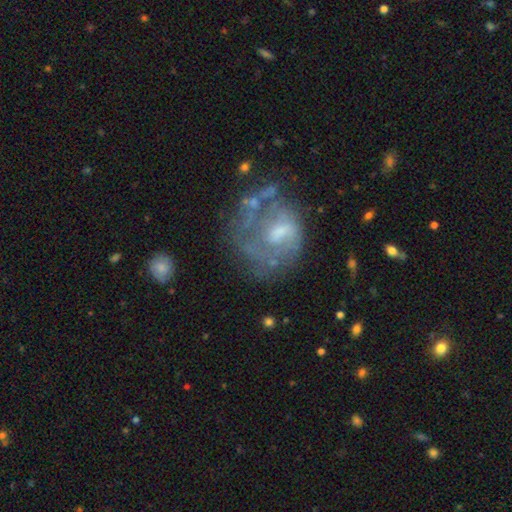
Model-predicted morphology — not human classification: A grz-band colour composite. It shows a featured or disk galaxy (61%) with no bar (57%), spiral arms (55%) and a moderate central bulge (41%). Merging: none (48%).